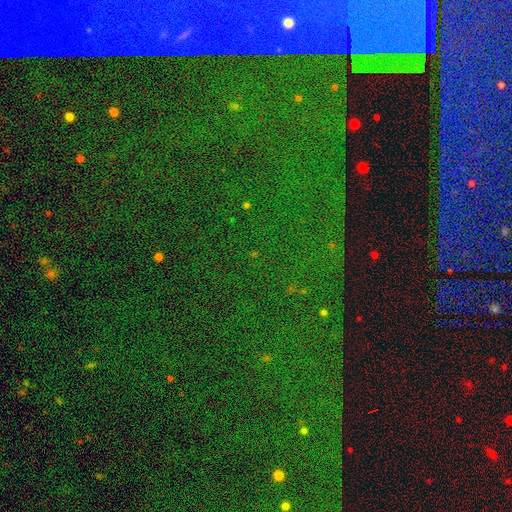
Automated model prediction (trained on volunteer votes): Morphology: type=star or artifact (81%).